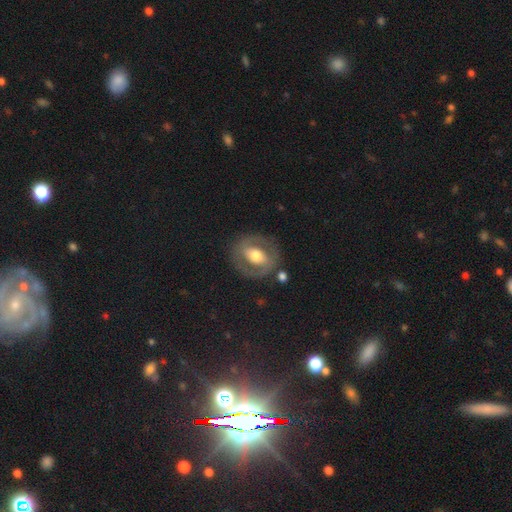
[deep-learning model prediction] Morphology: type=featured or disk (61%); edge-on=no (94%); bar=no (35%); spiral arms=no (61%); bulge=moderate (64%); merging=none (77%).